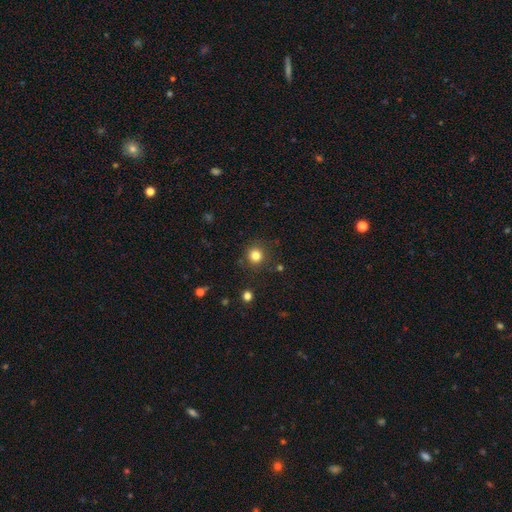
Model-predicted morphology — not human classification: A smooth galaxy with no disk features (81%) that is round (93%). Merging: none (86%).